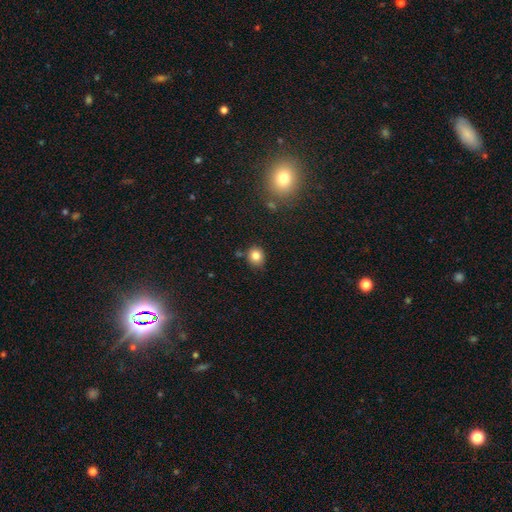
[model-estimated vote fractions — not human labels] smooth-or-featured: smooth: 82% | star or artifact: 11% | featured or disk: 7%
  how-rounded: round: 78% | in between: 21% | cigar-shaped: 1%
  merging: none: 80% | minor disturbance: 12% | merger: 5% | major disturbance: 3%